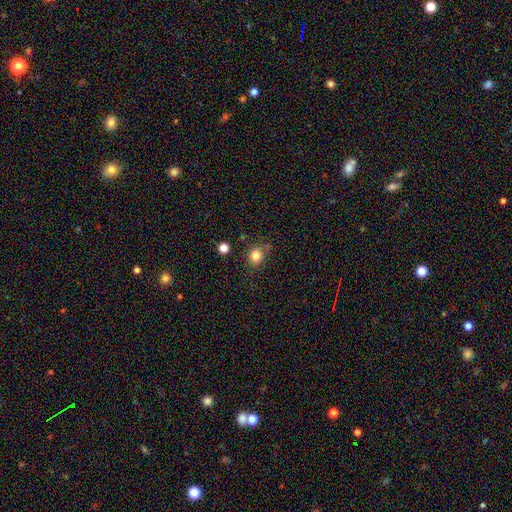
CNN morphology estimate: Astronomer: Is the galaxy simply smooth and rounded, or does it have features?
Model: smooth — 82%.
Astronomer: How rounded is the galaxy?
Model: round — 77%.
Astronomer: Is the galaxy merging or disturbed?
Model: none — 76%.